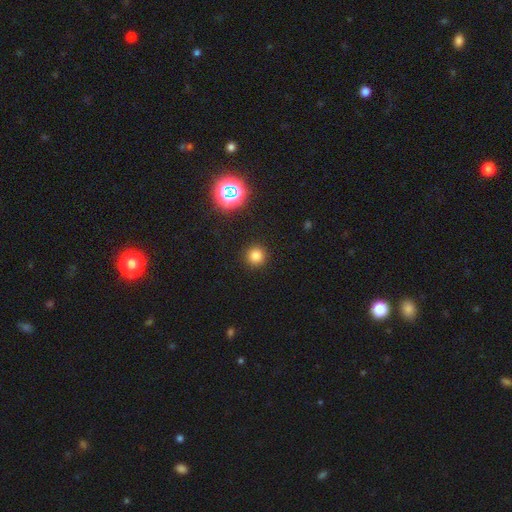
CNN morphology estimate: Smooth or featured: smooth — 77% (star or artifact — 18%)
How rounded: round — 95% (in between — 4%)
Merging: none — 91% (minor disturbance — 5%)